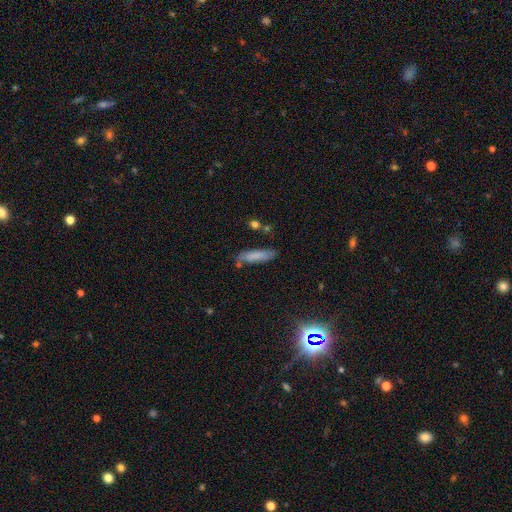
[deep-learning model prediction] This appears to be a smooth galaxy with no disk features (77%) that is cigar-shaped (75%). Merging: none (72%).